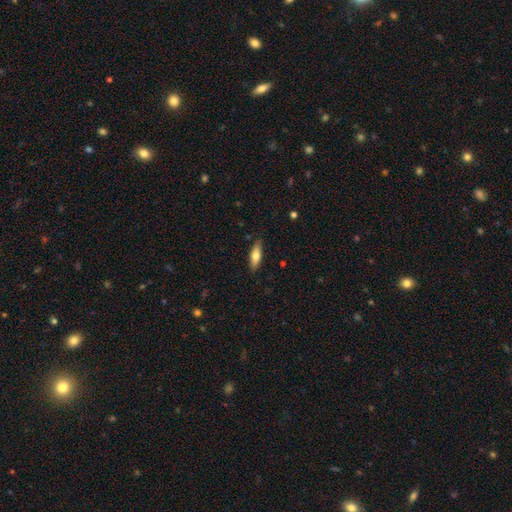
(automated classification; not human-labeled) This is likely a smooth galaxy (68%). How rounded: possibly in between (54%). Merging: clearly none (86%).